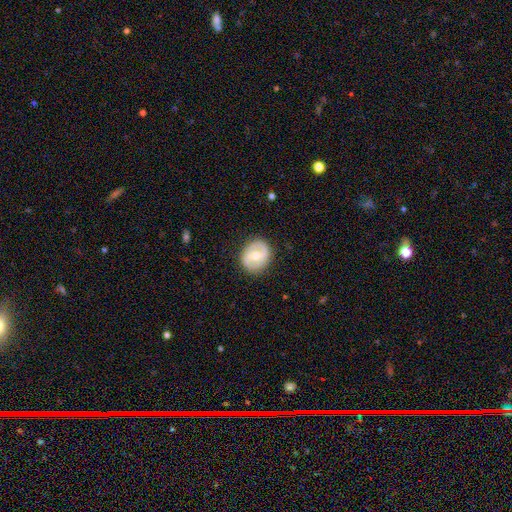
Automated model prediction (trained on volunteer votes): Overall: featured or disk (72%). Edge-on disk: no (98%). Bar: weak (48%; no 32%). Spiral arms: yes (83%). Spiral arm count: 2 (88%). Spiral winding: medium (48%; tight 32%). Bulge size: moderate (68%). Merging: none (85%).